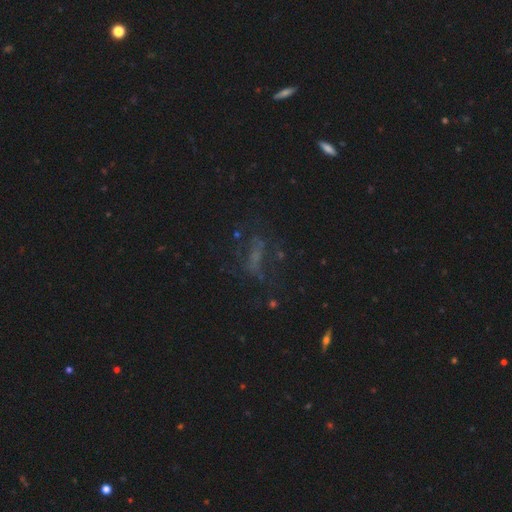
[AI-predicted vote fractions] A featured or disk galaxy (42%). Merging: none (52%).